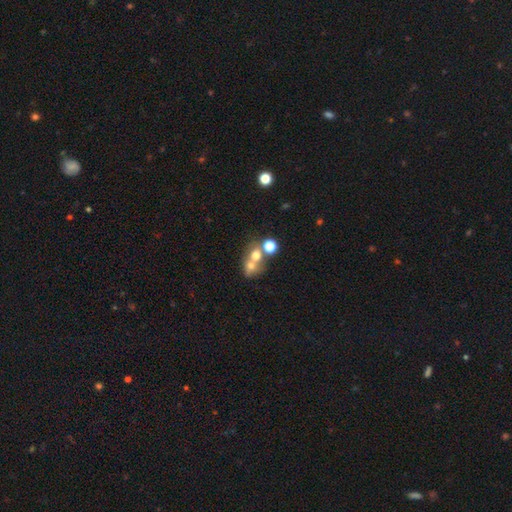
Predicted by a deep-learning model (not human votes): smooth 61%, featured or disk 22%, star or artifact 17%. Down the decision tree: how rounded — round (62%); merging — merger (58%).